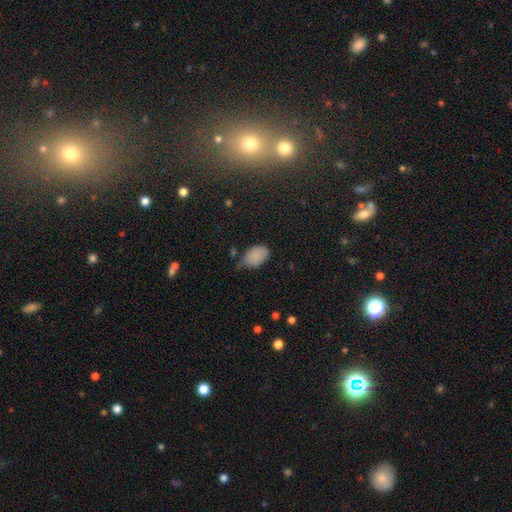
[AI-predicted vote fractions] Morphology: type=smooth (85%); roundness=in between (88%); merging=minor disturbance (45%).